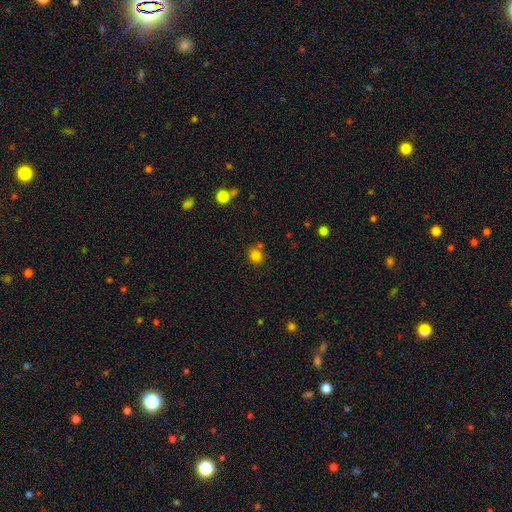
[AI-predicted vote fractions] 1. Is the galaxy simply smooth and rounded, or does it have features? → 81% smooth, 13% star or artifact, 5% featured or disk.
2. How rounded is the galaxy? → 78% round, 21% in between, 1% cigar-shaped.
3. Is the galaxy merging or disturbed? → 74% none, 12% merger, 11% minor disturbance, 3% major disturbance.